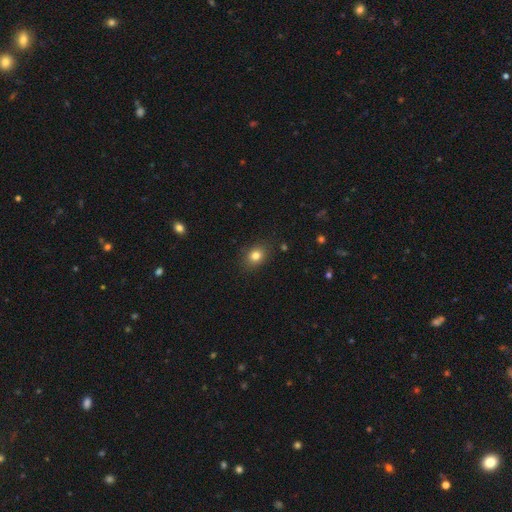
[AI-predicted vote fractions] Smooth or featured? Predicted: smooth (p=0.81). How rounded? Predicted: in between (p=0.58). Merging? Predicted: none (p=0.86).